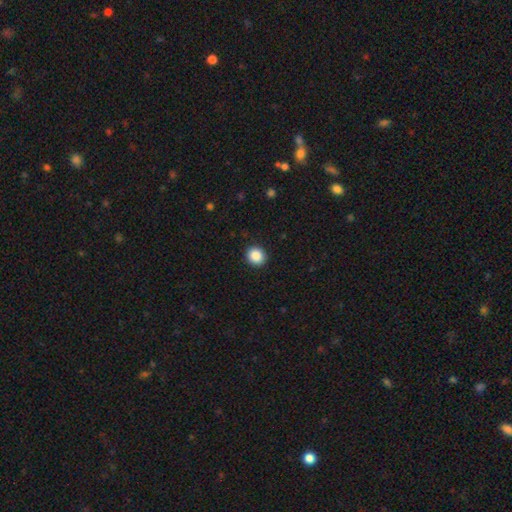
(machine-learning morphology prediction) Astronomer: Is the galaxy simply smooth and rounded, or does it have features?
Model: smooth — 88%.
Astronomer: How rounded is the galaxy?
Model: round — 86%.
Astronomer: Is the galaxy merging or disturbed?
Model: none — 92%.